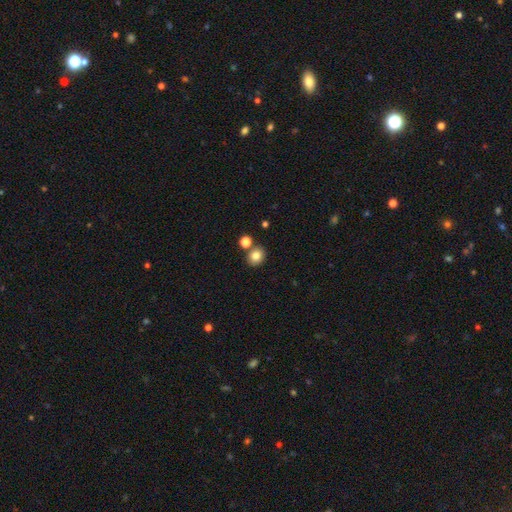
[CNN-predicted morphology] smooth-or-featured: smooth: 81% | star or artifact: 11% | featured or disk: 8%
  how-rounded: round: 68% | in between: 31% | cigar-shaped: 1%
  merging: none: 75% | merger: 14% | minor disturbance: 9% | major disturbance: 2%